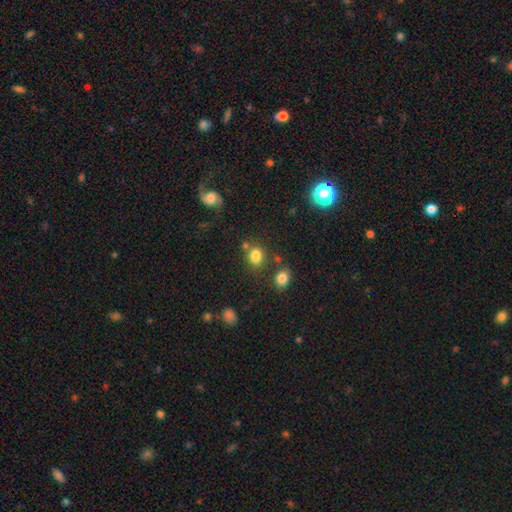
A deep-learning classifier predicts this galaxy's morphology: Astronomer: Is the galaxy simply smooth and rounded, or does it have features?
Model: smooth — 79%.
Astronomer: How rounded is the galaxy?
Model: in between — 50% (runner-up: round, 49%).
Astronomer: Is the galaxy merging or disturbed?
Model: none — 64%.